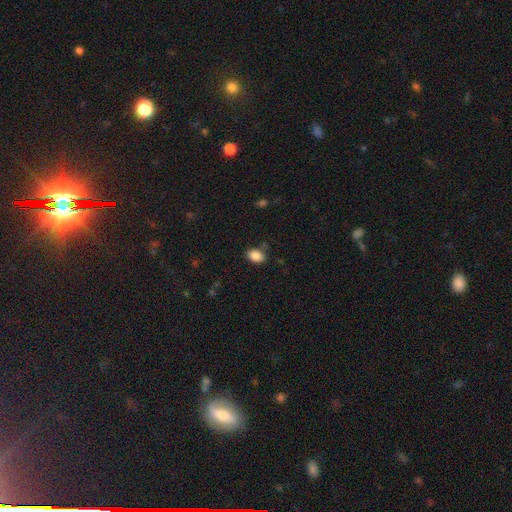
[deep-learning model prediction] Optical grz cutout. It shows a smooth galaxy with no disk features (87%) that is in between round and cigar-shaped (82%). Merging: none (79%).